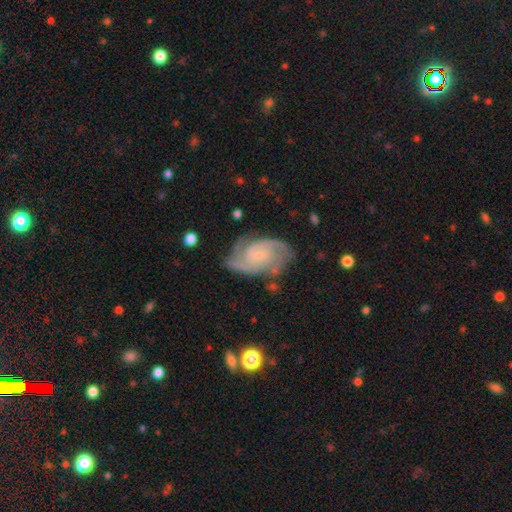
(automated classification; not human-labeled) Smooth or featured: featured or disk — 89% (smooth — 6%)
Edge-on disk: no — 98% (yes — 2%)
Bar: no — 60% (weak — 32%)
Spiral arms: yes — 98% (no — 2%)
Spiral winding: medium — 46% (tight — 45%)
Spiral arm count: 2 — 63% (3 — 20%)
Bulge size: small — 73% (moderate — 14%)
Merging: none — 74% (minor disturbance — 18%)